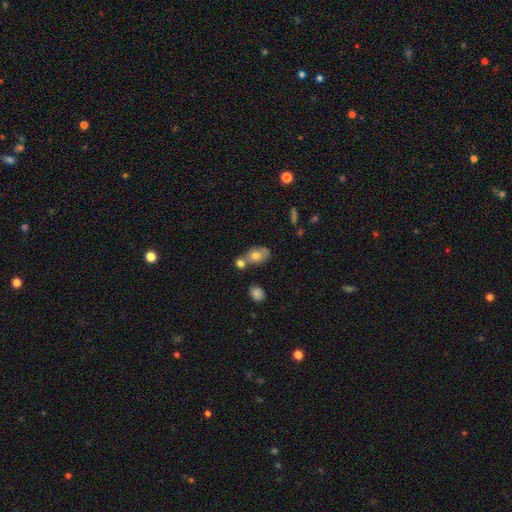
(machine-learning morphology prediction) This is likely a smooth galaxy (71%). How rounded: likely in between (79%). Merging: marginally merger (41%).